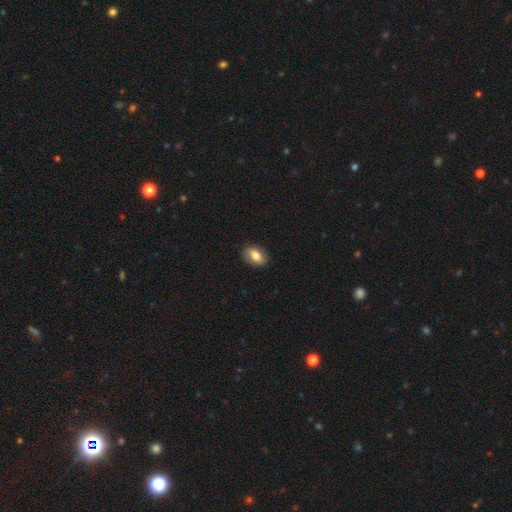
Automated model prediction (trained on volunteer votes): smooth 74%, featured or disk 18%, star or artifact 7%. Down the decision tree: how rounded — in between (85%); merging — none (83%).